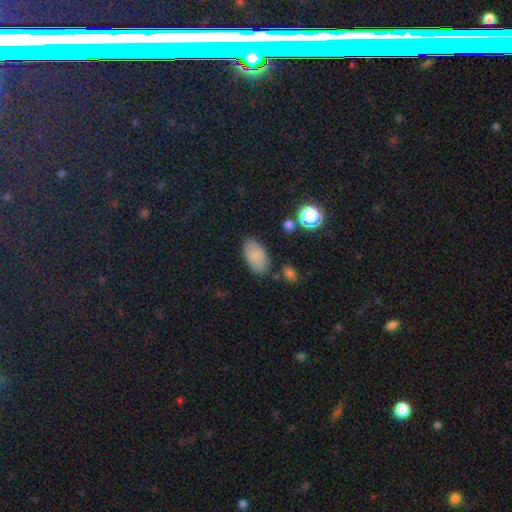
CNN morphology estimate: This appears to be a smooth galaxy with no disk features (79%) that is in between round and cigar-shaped (94%). Merging: none (77%).